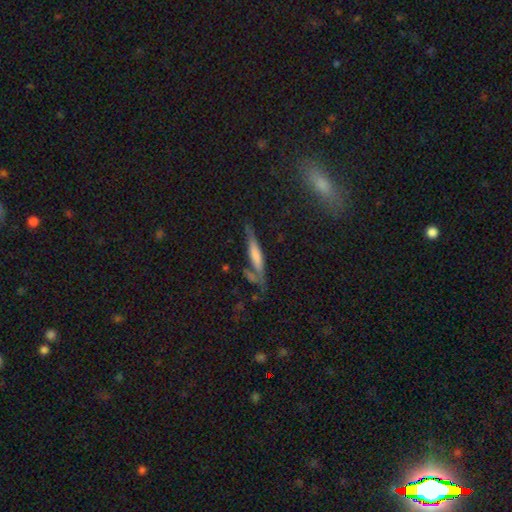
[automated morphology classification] Overall: smooth (53%; featured or disk 39%). How rounded: cigar-shaped (85%). Merging: none (56%; minor disturbance 21%).